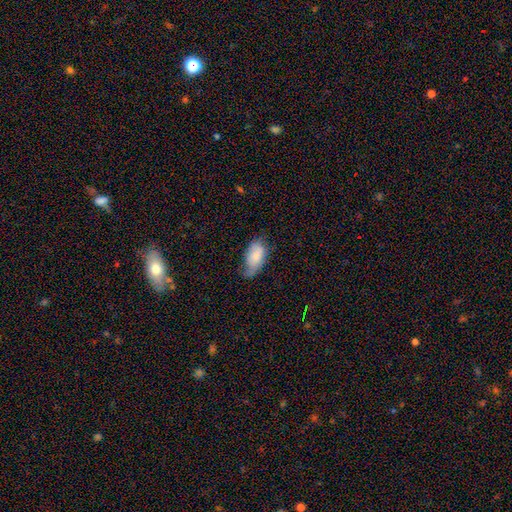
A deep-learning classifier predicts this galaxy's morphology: This is clearly a smooth galaxy (80%). How rounded: clearly in between (94%). Merging: possibly minor disturbance (45%).